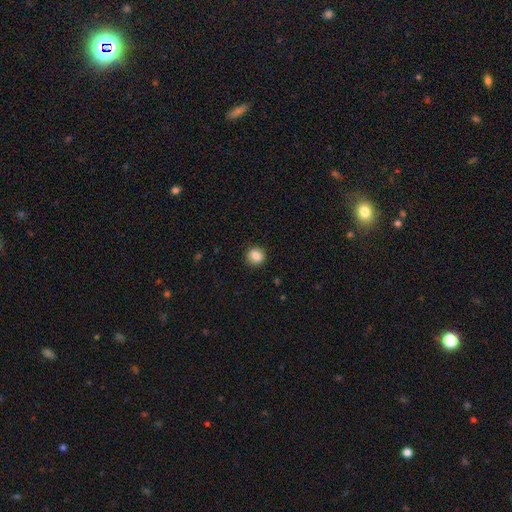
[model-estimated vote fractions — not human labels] A smooth galaxy with no disk features (85%) that is round (79%).

Vote fractions:
- Smooth or featured? smooth: 85% / star or artifact: 9% / featured or disk: 6%
- How rounded? round: 79% / in between: 20% / cigar-shaped: 1%
- Merging? none: 88% / minor disturbance: 8% / major disturbance: 2% / merger: 1%